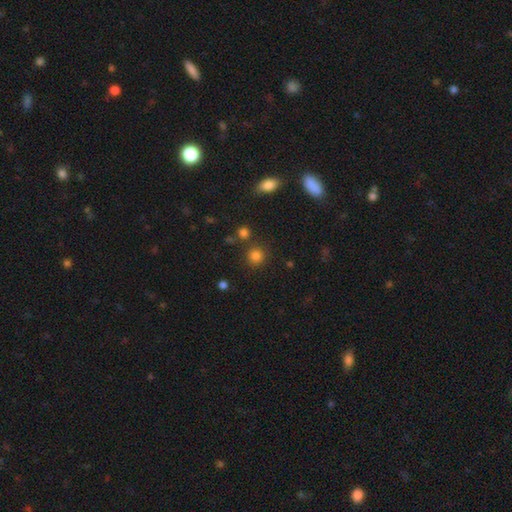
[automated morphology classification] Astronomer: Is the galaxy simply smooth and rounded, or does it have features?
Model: smooth — 81%.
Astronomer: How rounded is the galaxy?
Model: round — 91%.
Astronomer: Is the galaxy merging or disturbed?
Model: none — 81%.